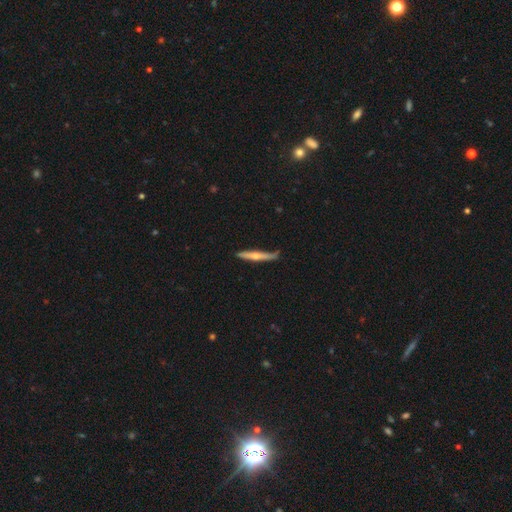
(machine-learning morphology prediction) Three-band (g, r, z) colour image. It shows a featured or disk galaxy (51%) viewed edge-on (95%). Merging: none (73%).